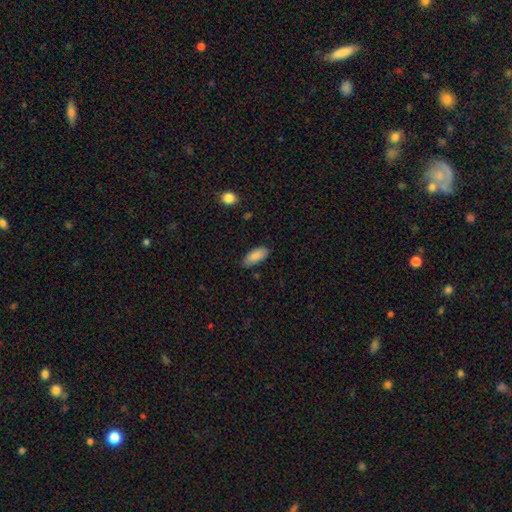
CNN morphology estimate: Smooth or featured? Predicted: smooth (p=0.87). How rounded? Predicted: in between (p=0.85). Merging? Predicted: none (p=0.81).